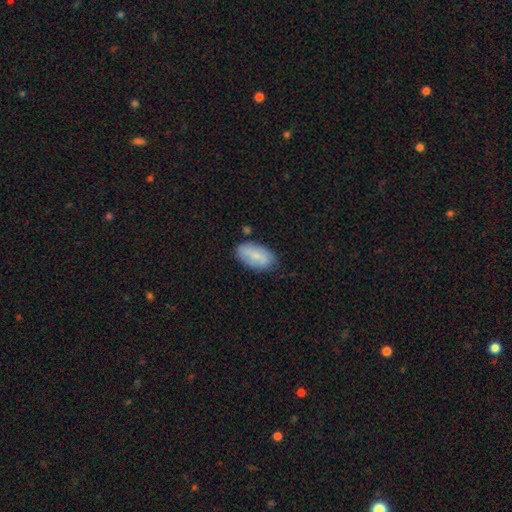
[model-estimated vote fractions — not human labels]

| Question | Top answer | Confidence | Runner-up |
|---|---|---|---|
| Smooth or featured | smooth | 68% | featured or disk (25%) |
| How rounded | in between | 93% | round (4%) |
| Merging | none | 75% | minor disturbance (18%) |